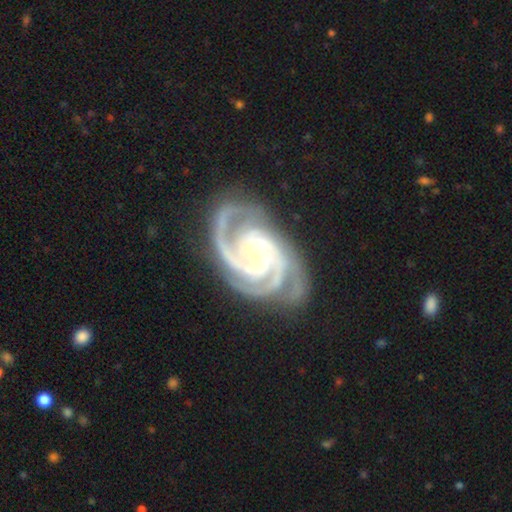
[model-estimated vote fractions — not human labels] Morphology: type=featured or disk (94%); edge-on=no (98%); bar=no (55%); spiral arms=yes (99%); winding=tight (67%); arm count=3 (58%); bulge=small (61%); merging=none (75%).